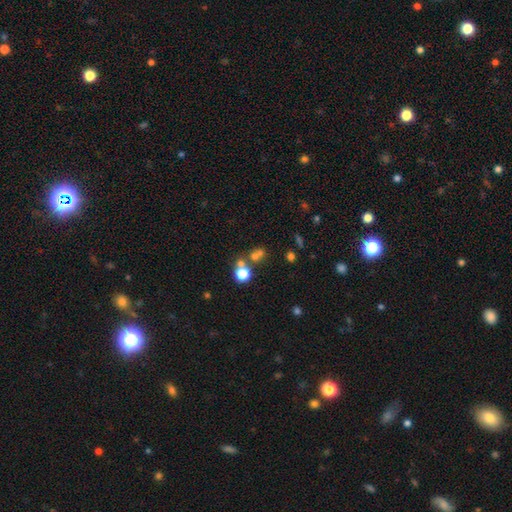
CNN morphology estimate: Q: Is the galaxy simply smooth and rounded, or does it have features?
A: smooth — 49%.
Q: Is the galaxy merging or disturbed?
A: none — 57%.